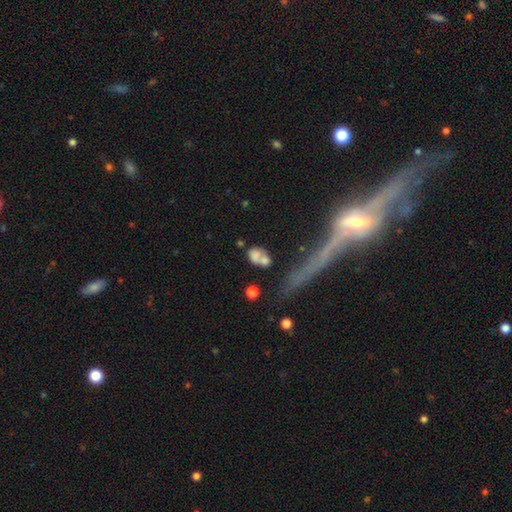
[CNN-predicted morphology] Smooth or featured? Predicted: smooth (p=0.66). How rounded? Predicted: in between (p=0.58). Merging? Predicted: merger (p=0.41).